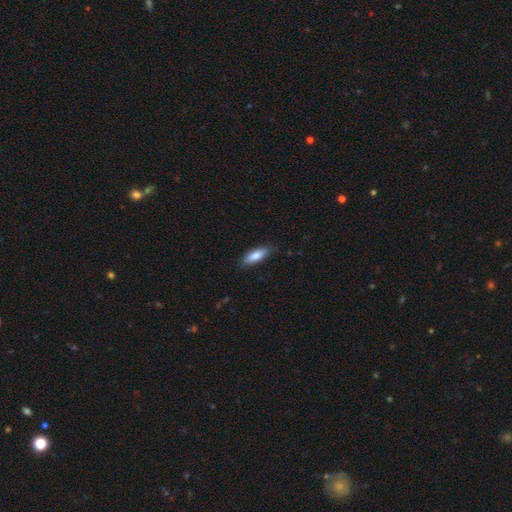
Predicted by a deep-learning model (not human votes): This appears to be a smooth galaxy with no disk features (80%) that is in between round and cigar-shaped (57%). Merging: none (82%).